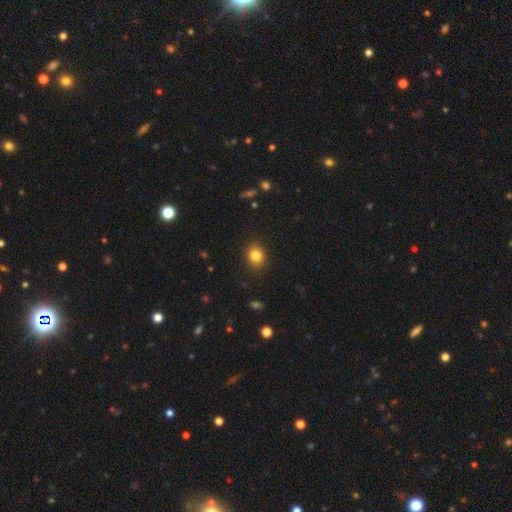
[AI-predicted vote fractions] Overall: smooth (83%). How rounded: round (69%; in between 30%). Merging: none (90%).